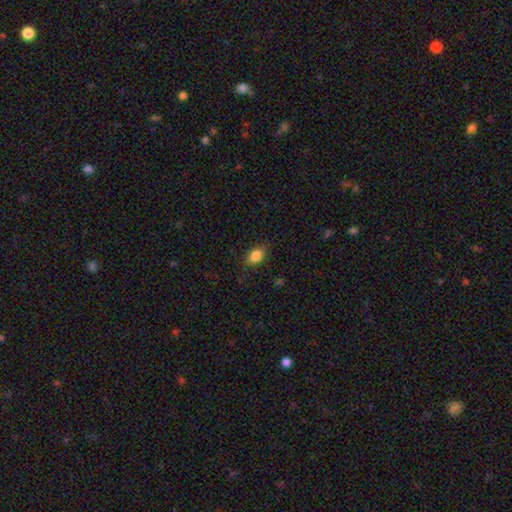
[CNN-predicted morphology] Overall: smooth (86%). How rounded: in between (82%). Merging: none (83%).